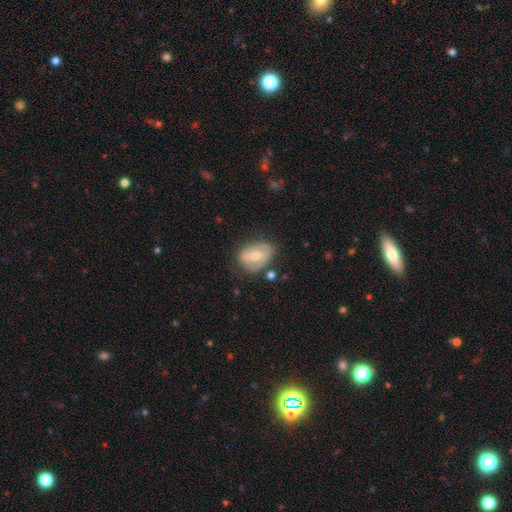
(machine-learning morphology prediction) This is possibly a smooth galaxy (47%). Merging: likely none (62%).